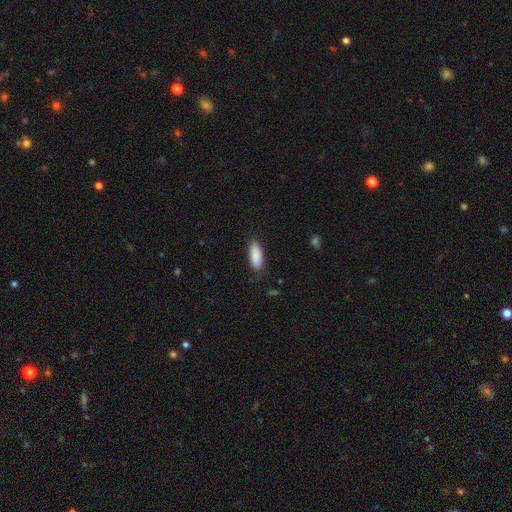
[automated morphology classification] type=smooth (90%); roundness=in between (74%); merging=none (83%).